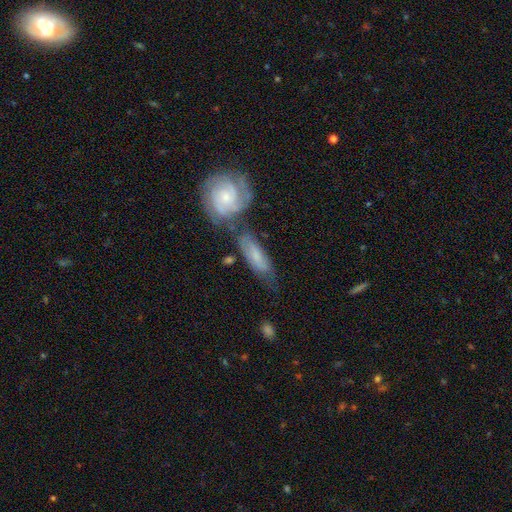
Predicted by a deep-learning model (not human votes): Q: Smooth or featured?
A: featured or disk (50%); runner-up: smooth (42%)
Q: Edge-on disk?
A: no (83%); runner-up: yes (17%)
Q: Merging?
A: none (50%); runner-up: merger (24%)